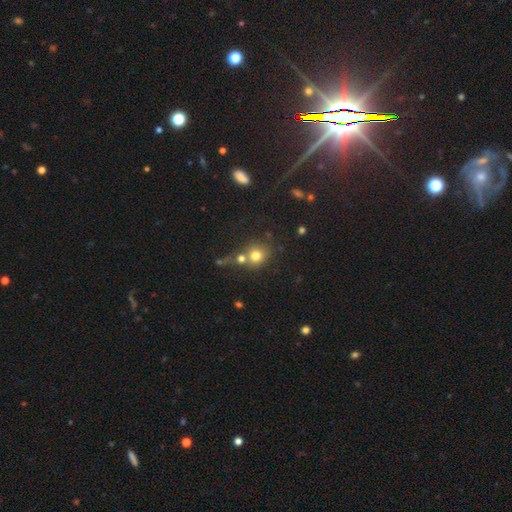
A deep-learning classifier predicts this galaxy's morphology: This appears to be a smooth galaxy with no disk features (74%) that is round (84%). Merging: none (52%).